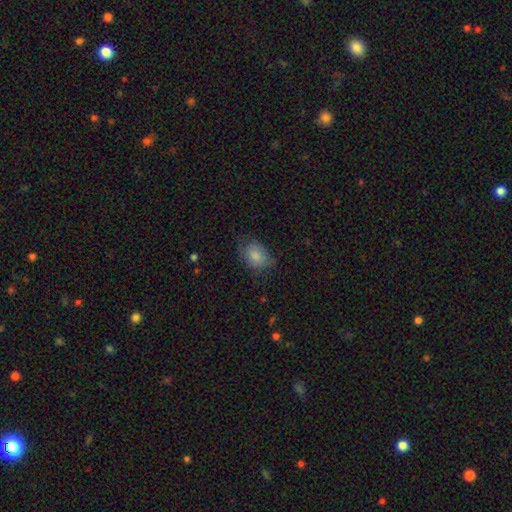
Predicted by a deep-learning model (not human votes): The model was most divided on "merging": none: 61%, minor disturbance: 28%, major disturbance: 9%, merger: 1%. More confident: smooth or featured — smooth (83%); how rounded — in between (71%).